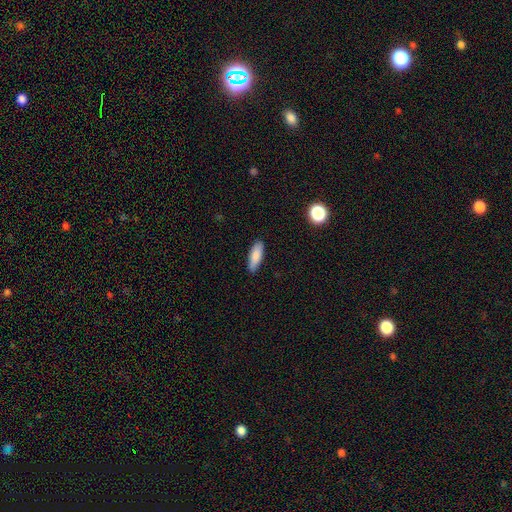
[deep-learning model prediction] This appears to be a smooth galaxy with no disk features (86%) that is in between round and cigar-shaped (58%). Merging: none (88%).